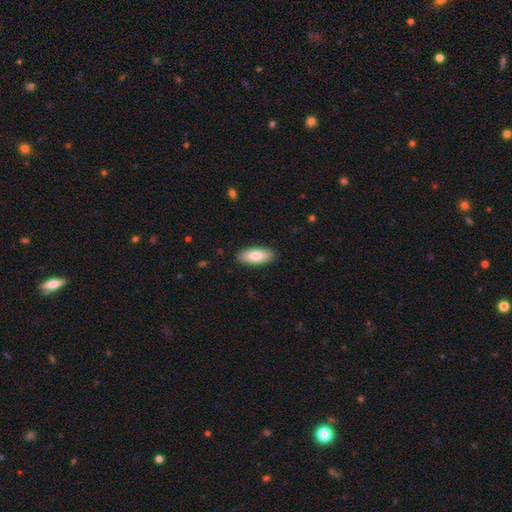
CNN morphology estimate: This is clearly a smooth galaxy (80%). How rounded: clearly in between (80%). Merging: clearly none (89%).